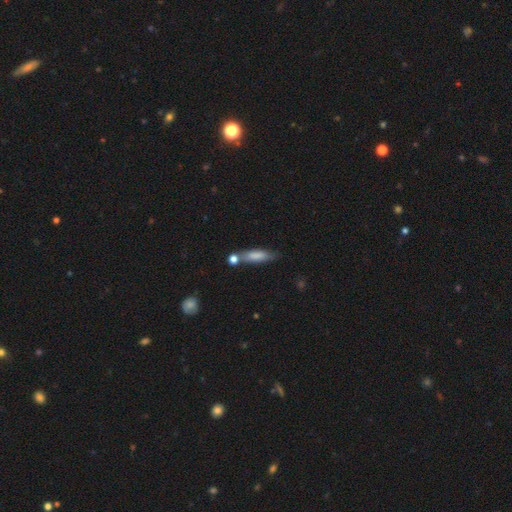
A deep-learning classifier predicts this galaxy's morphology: Overall: smooth (76%). How rounded: cigar-shaped (63%; in between 34%). Merging: none (58%; merger 19%).